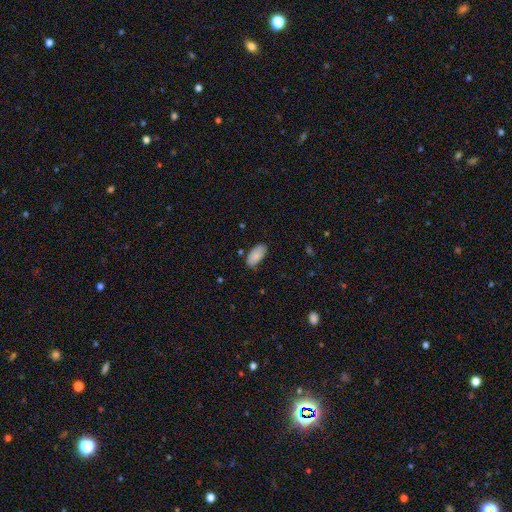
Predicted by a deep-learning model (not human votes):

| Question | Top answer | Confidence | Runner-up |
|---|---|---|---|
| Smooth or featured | smooth | 86% | featured or disk (8%) |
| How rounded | in between | 93% | cigar-shaped (5%) |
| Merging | none | 76% | minor disturbance (19%) |